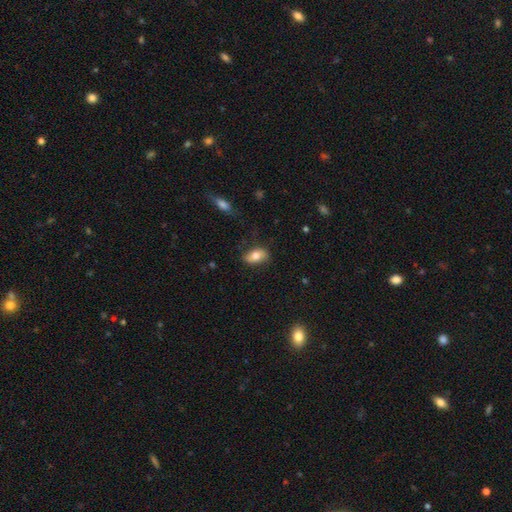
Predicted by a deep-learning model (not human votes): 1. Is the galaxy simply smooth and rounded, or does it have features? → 69% smooth, 24% featured or disk, 7% star or artifact.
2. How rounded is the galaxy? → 89% in between, 7% round, 4% cigar-shaped.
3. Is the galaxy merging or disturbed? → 74% none, 19% minor disturbance, 6% major disturbance, 2% merger.